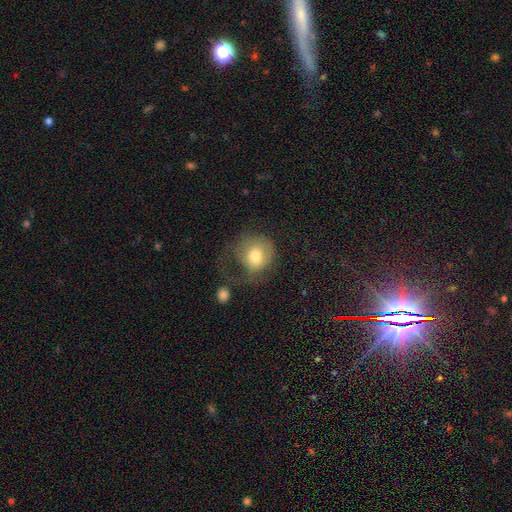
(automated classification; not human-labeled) This is likely a smooth galaxy (71%). How rounded: likely round (80%). Merging: marginally major disturbance (44%).